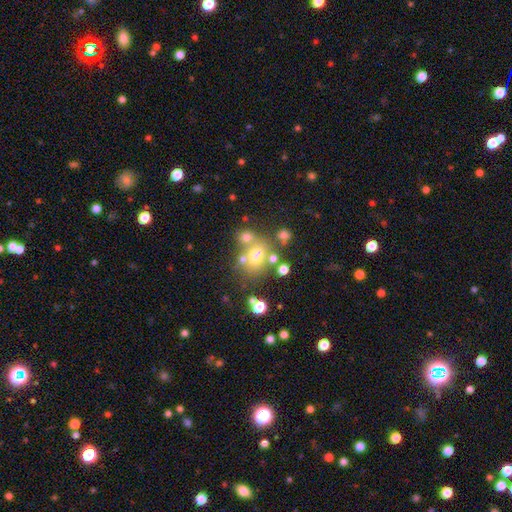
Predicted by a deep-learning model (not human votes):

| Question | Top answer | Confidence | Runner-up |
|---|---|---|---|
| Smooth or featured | smooth | 61% | featured or disk (20%) |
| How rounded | round | 68% | in between (31%) |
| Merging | none | 53% | merger (27%) |